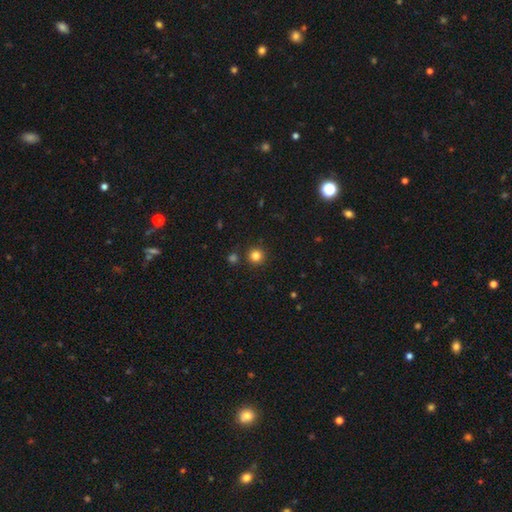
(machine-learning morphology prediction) Smooth or featured? Predicted: smooth (p=0.83). How rounded? Predicted: round (p=0.95). Merging? Predicted: none (p=0.89).